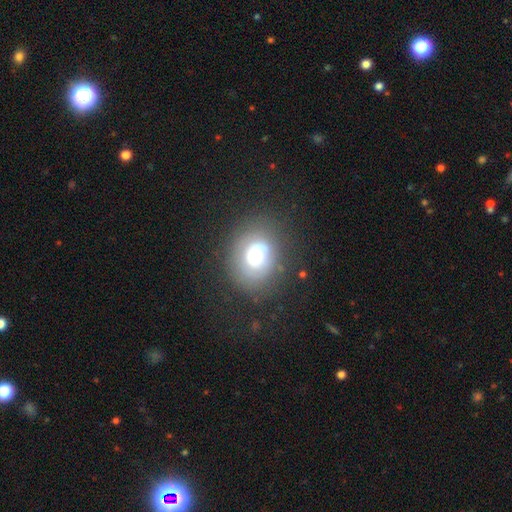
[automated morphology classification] Q: Smooth or featured?
A: smooth (64%); runner-up: featured or disk (25%)
Q: How rounded?
A: round (60%); runner-up: in between (39%)
Q: Merging?
A: none (66%); runner-up: minor disturbance (20%)